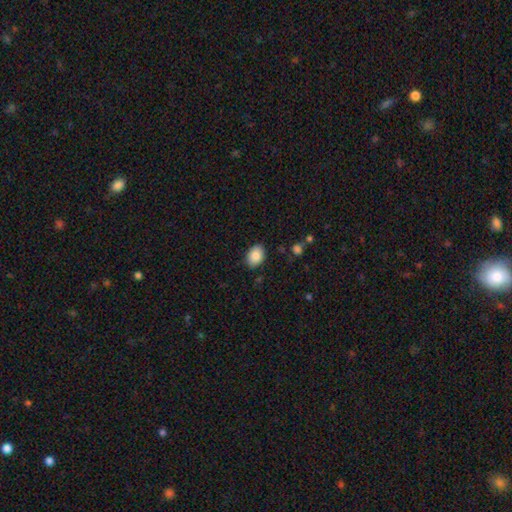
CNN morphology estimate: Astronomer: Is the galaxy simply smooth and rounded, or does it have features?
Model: smooth — 84%.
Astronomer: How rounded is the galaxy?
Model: in between — 74%.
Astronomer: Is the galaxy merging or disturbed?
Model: none — 86%.